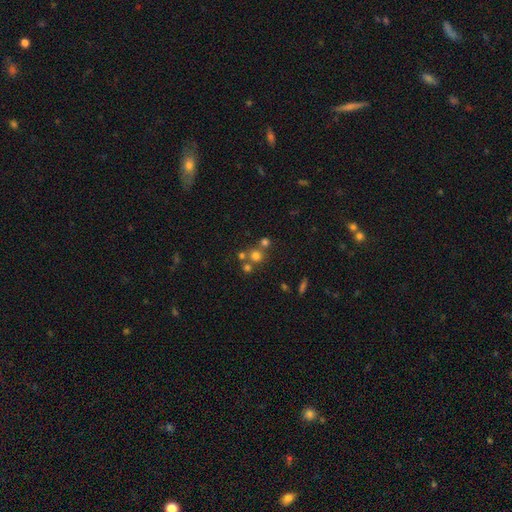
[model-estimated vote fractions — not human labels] smooth-or-featured: smooth: 66% | star or artifact: 21% | featured or disk: 13%
  how-rounded: round: 89% | in between: 10% | cigar-shaped: 1%
  merging: none: 59% | merger: 30% | minor disturbance: 7% | major disturbance: 3%